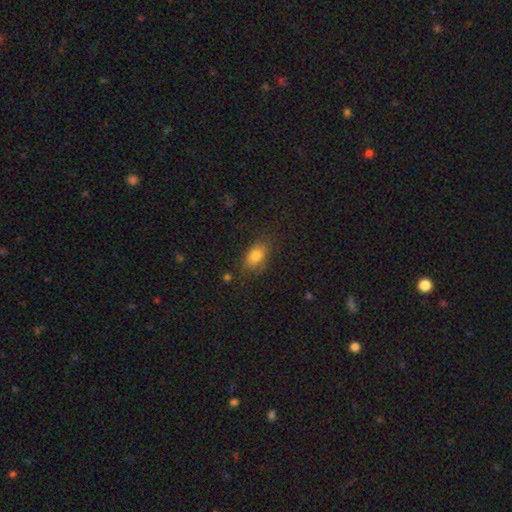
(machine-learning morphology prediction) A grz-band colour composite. It shows a smooth galaxy with no disk features (80%) that is in between round and cigar-shaped (85%). Merging: none (74%).